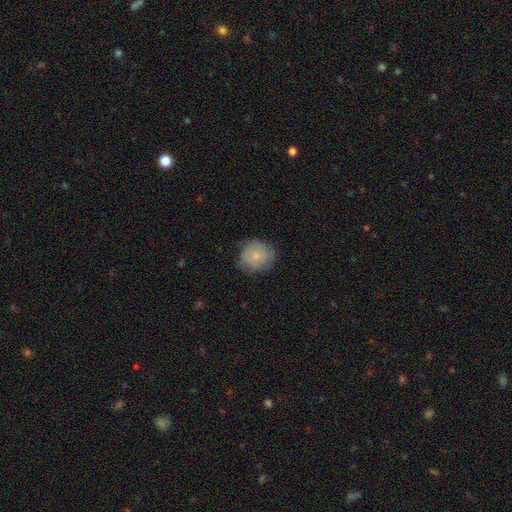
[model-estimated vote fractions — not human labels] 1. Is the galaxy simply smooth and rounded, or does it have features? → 77% smooth, 16% featured or disk, 7% star or artifact.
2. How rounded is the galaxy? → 87% round, 12% in between, 1% cigar-shaped.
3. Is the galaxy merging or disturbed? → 73% none, 21% minor disturbance, 5% major disturbance, 1% merger.